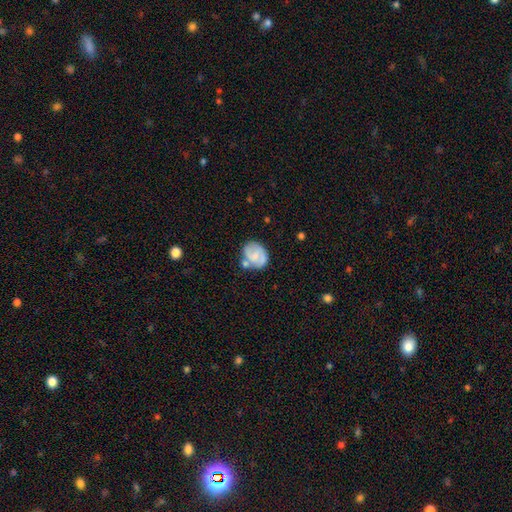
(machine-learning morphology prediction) smooth-or-featured: smooth: 49% | featured or disk: 44% | star or artifact: 8%
  merging: none: 51% | minor disturbance: 23% | merger: 17% | major disturbance: 9%